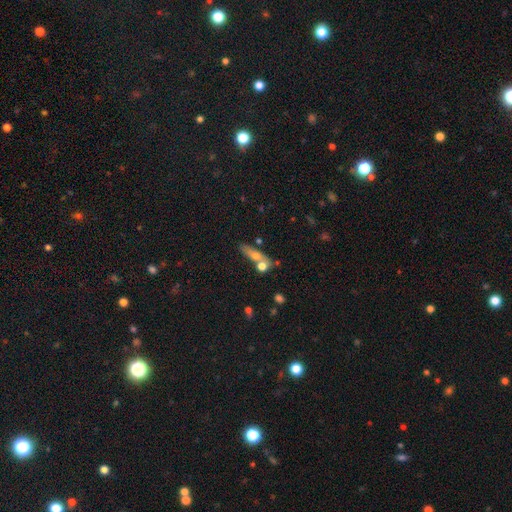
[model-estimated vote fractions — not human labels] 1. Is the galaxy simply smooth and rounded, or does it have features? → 59% smooth, 30% featured or disk, 11% star or artifact.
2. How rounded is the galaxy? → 53% cigar-shaped, 37% in between, 10% round.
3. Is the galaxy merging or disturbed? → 52% none, 28% merger, 14% minor disturbance, 6% major disturbance.